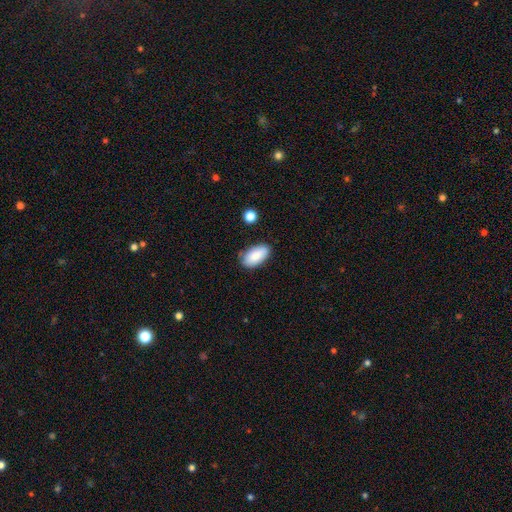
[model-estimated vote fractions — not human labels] A smooth galaxy with no disk features (87%) that is in between round and cigar-shaped (95%).

Vote fractions:
- Smooth or featured? smooth: 87% / featured or disk: 7% / star or artifact: 6%
- How rounded? in between: 95% / round: 3% / cigar-shaped: 3%
- Merging? none: 79% / minor disturbance: 16% / major disturbance: 3% / merger: 2%